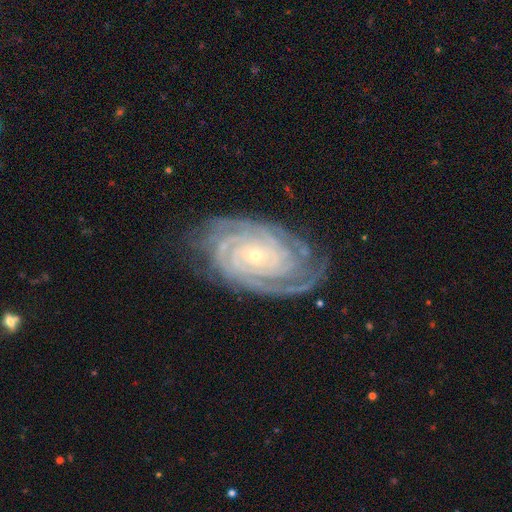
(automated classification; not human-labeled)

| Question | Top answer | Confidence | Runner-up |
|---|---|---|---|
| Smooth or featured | featured or disk | 91% | star or artifact (5%) |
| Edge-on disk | no | 97% | yes (3%) |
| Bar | no | 77% | weak (15%) |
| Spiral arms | yes | 98% | no (2%) |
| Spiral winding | tight | 85% | medium (13%) |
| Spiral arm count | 4 | 25% | 3 (19%) |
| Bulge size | small | 84% | moderate (12%) |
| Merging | none | 78% | minor disturbance (16%) |